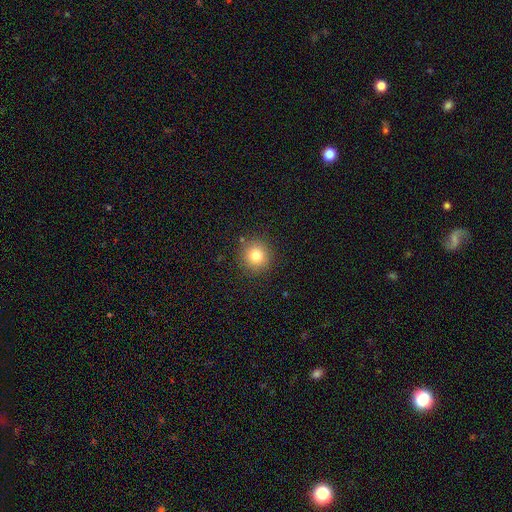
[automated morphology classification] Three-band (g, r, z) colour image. It shows a smooth galaxy with no disk features (80%) that is round (93%). Merging: none (89%).